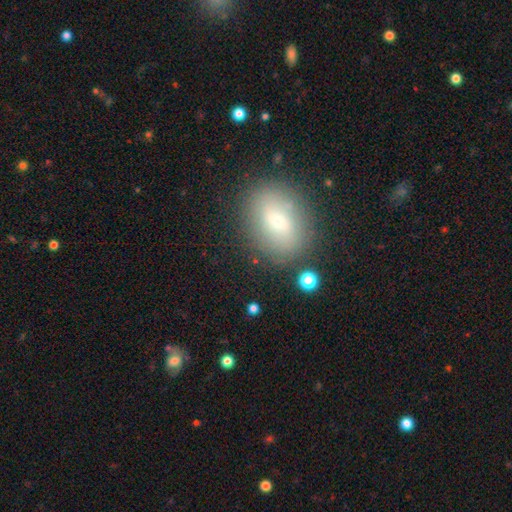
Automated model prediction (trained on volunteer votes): This appears to be a smooth galaxy with no disk features (66%) that is in between round and cigar-shaped (75%). Merging: none (84%).